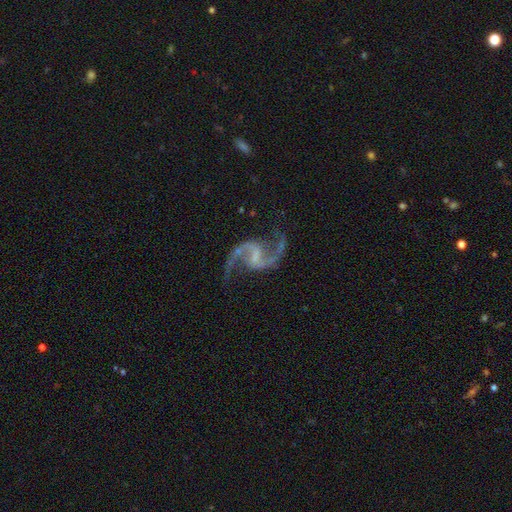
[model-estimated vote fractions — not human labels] Overall: featured or disk (94%). Edge-on disk: no (98%). Bar: weak (54%; strong 23%). Spiral arms: yes (98%). Spiral arm count: 2 (95%). Spiral winding: loose (64%; medium 31%). Bulge size: none (47%; small 36%). Merging: none (80%).